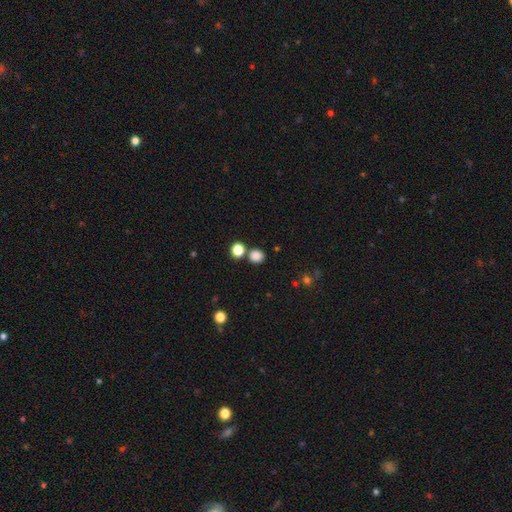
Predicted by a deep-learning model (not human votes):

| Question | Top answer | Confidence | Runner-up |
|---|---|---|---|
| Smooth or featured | smooth | 83% | star or artifact (13%) |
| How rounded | round | 82% | in between (18%) |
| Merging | none | 75% | merger (14%) |